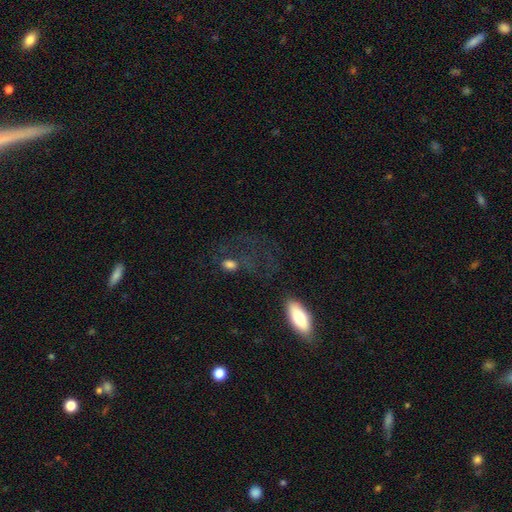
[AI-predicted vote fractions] This is possibly a smooth galaxy (45%). Merging: possibly none (53%).